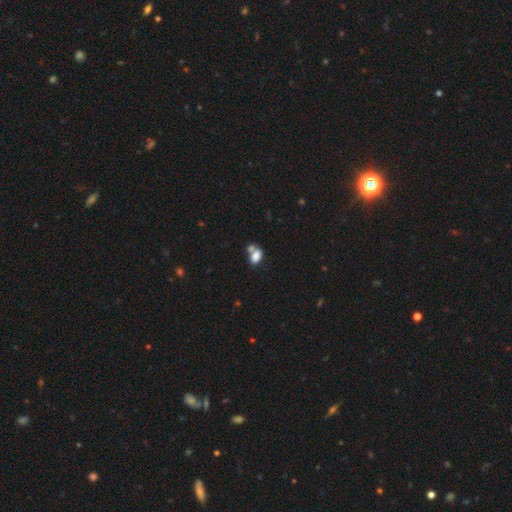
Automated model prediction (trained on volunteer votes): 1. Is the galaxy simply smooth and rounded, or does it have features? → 81% smooth, 10% star or artifact, 8% featured or disk.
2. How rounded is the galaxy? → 86% in between, 13% round, 2% cigar-shaped.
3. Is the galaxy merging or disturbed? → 47% merger, 36% none, 11% minor disturbance, 6% major disturbance.